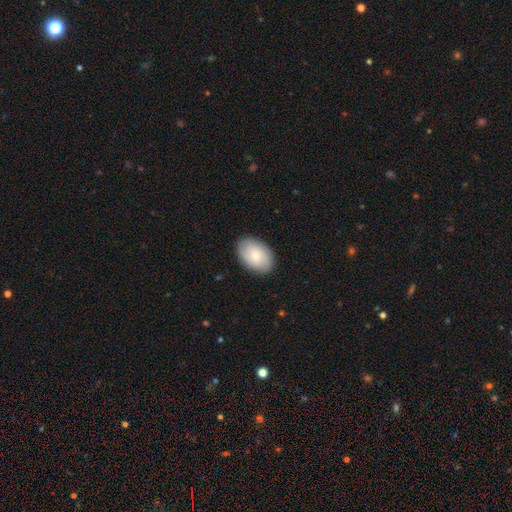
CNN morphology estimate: Smooth or featured: smooth — 67% (featured or disk — 27%)
How rounded: in between — 87% (round — 12%)
Merging: none — 87% (minor disturbance — 10%)